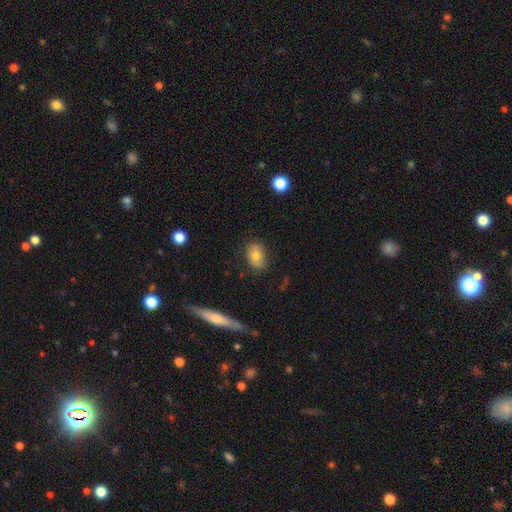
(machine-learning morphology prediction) smooth 75%, featured or disk 17%, star or artifact 8%. Down the decision tree: how rounded — in between (83%); merging — none (82%).